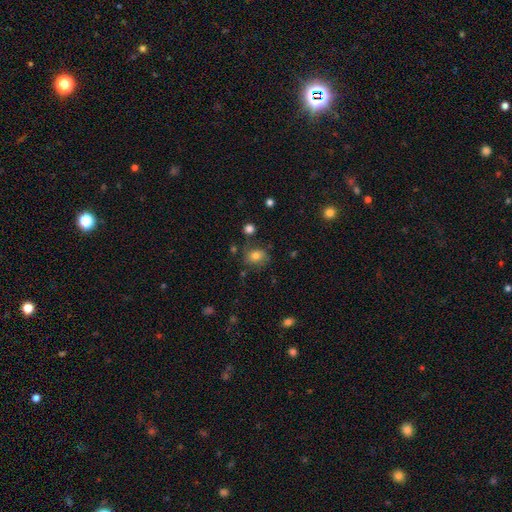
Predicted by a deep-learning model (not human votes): Smooth or featured? Predicted: smooth (p=0.75). How rounded? Predicted: round (p=0.55). Merging? Predicted: none (p=0.69).